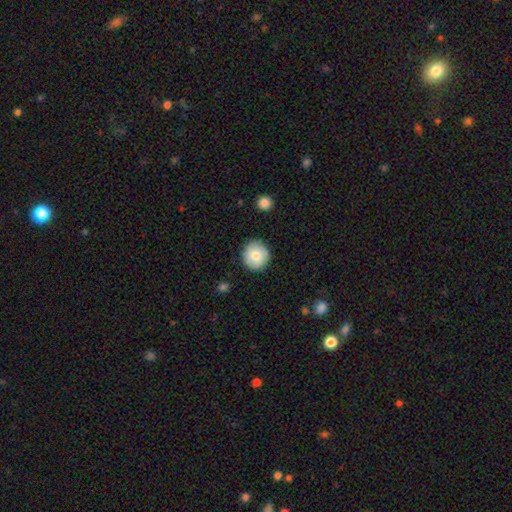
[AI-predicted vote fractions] Smooth or featured? smooth (76%)
How rounded? round (92%)
Merging? none (87%)